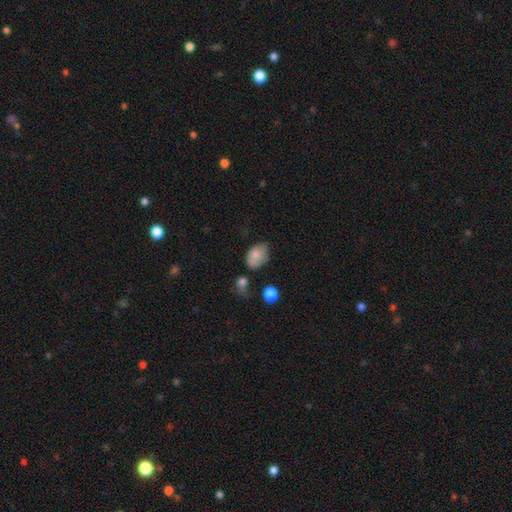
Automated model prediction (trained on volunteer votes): Smooth or featured? smooth (74%)
How rounded? in between (81%)
Merging? none (43%)